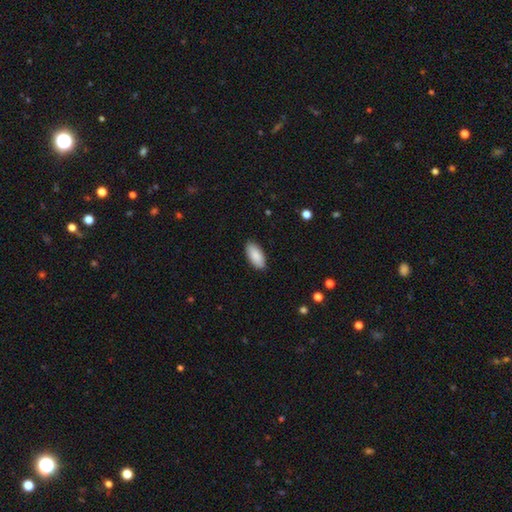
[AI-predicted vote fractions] Morphology: type=smooth (89%); roundness=in between (92%); merging=none (89%).